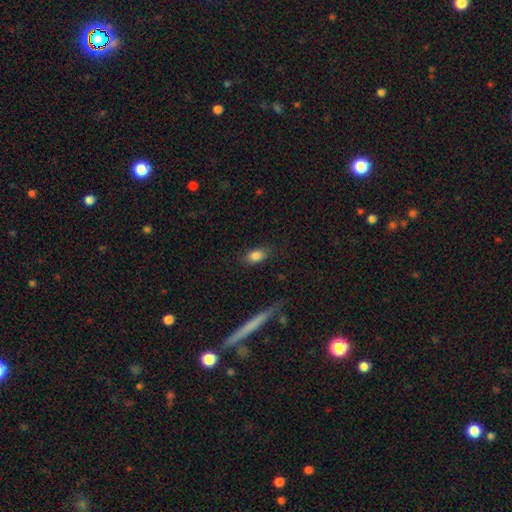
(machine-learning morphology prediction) smooth-or-featured: smooth: 83% | star or artifact: 9% | featured or disk: 8%
  how-rounded: in between: 81% | round: 13% | cigar-shaped: 6%
  merging: none: 81% | minor disturbance: 13% | major disturbance: 4% | merger: 2%